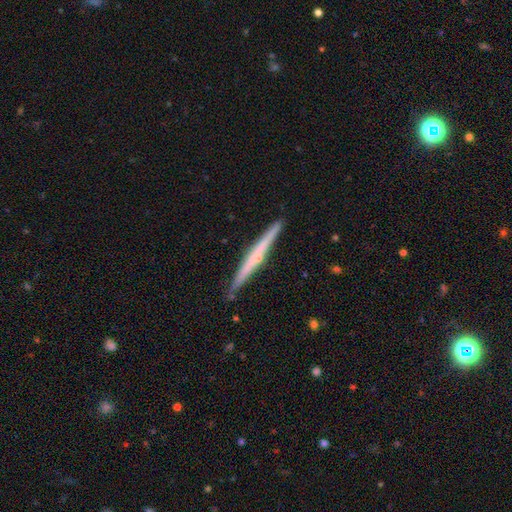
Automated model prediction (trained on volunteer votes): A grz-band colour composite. It shows a featured or disk galaxy (63%) viewed edge-on (98%) with no central bulge (55%). Merging: none (88%).